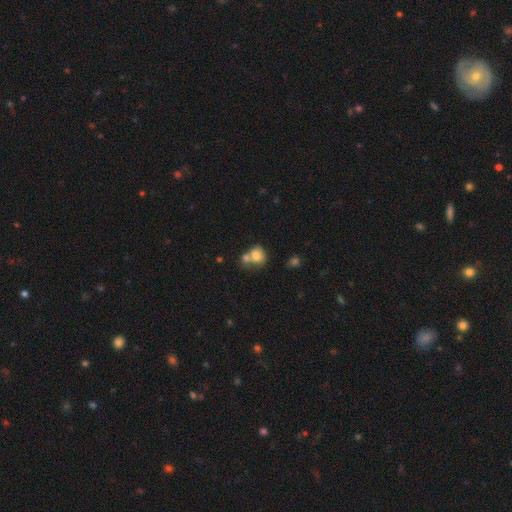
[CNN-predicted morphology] This is likely a smooth galaxy (77%). How rounded: possibly round (58%). Merging: possibly merger (50%).